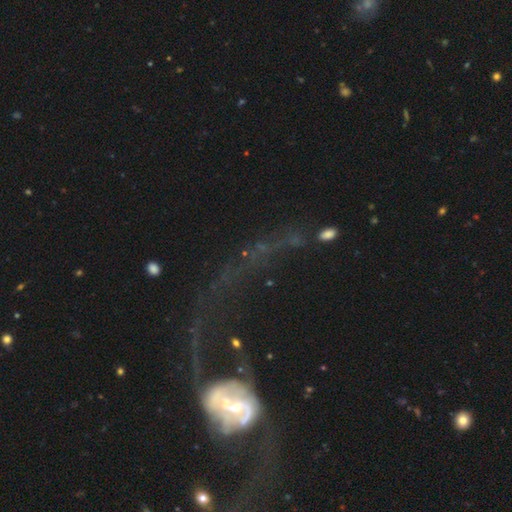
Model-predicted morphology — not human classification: smooth-or-featured: featured or disk: 61% | star or artifact: 22% | smooth: 17%
  disk-edge-on: no: 88% | yes: 12%
    bar: no: 38% | strong: 31% | weak: 31%
    has-spiral-arms: yes: 65% | no: 35%
    bulge-size: small: 37% | moderate: 31% | none: 15% | large: 10% | dominant: 7%
  merging: major disturbance: 42% | none: 29% | merger: 18% | minor disturbance: 11%